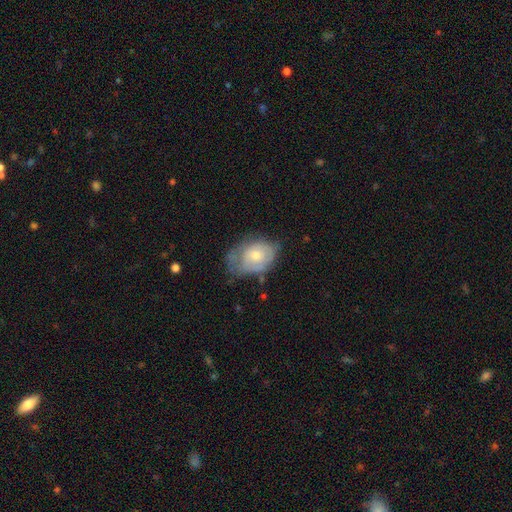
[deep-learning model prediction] Smooth or featured: smooth — 50% (featured or disk — 43%)
How rounded: in between — 73% (round — 25%)
Merging: minor disturbance — 39% (none — 38%)